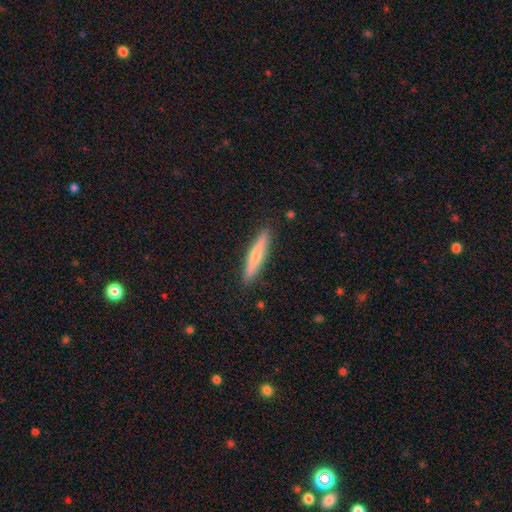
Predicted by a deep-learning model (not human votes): Overall: smooth (50%; featured or disk 44%). Merging: none (90%).